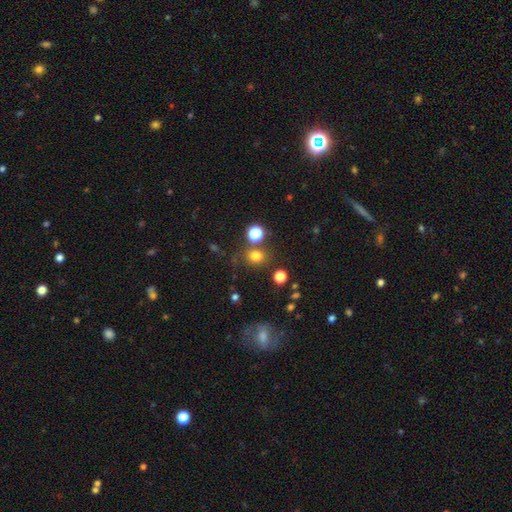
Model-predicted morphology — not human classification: The model was most divided on "how rounded": round: 74%, in between: 25%, cigar-shaped: 1%. More confident: merging — none (76%); smooth or featured — smooth (75%).